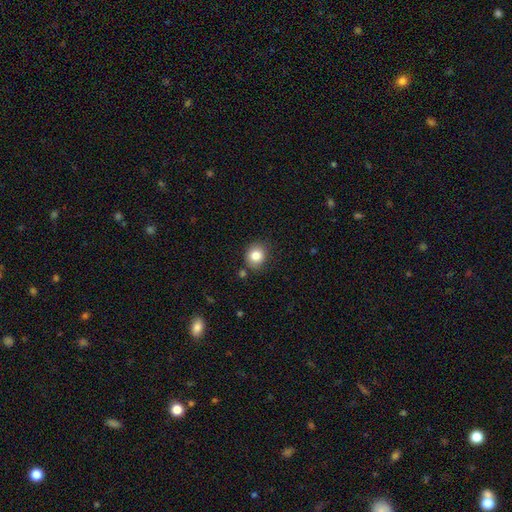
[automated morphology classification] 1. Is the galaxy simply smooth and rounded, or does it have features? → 83% smooth, 10% star or artifact, 7% featured or disk.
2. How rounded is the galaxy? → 78% round, 21% in between, 1% cigar-shaped.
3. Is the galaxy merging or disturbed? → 83% none, 11% minor disturbance, 4% merger, 3% major disturbance.